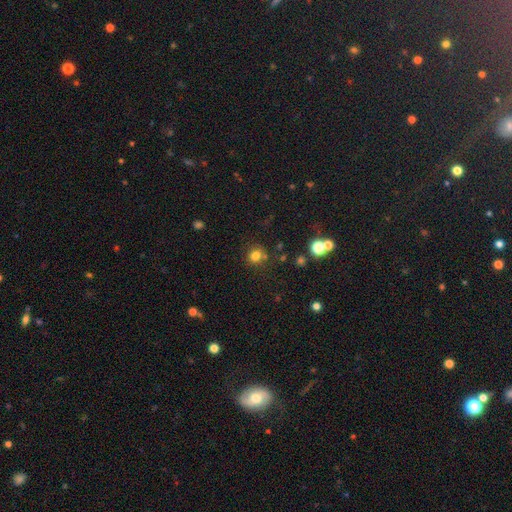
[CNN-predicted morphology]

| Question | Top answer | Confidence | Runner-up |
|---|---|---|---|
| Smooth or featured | smooth | 77% | star or artifact (16%) |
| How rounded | round | 85% | in between (14%) |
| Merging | none | 75% | minor disturbance (11%) |